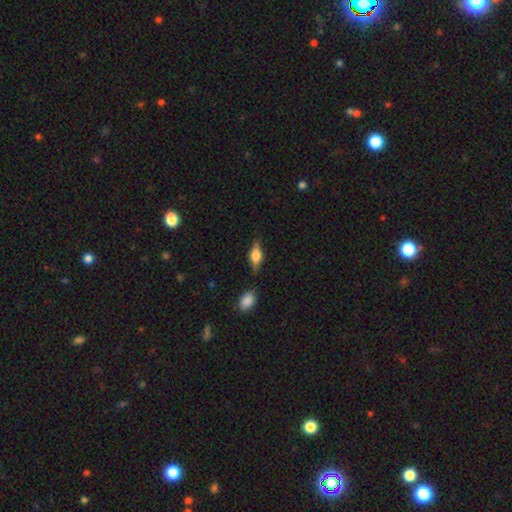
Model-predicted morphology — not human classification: This appears to be a featured or disk galaxy (50%) viewed edge-on (93%). Merging: none (76%).